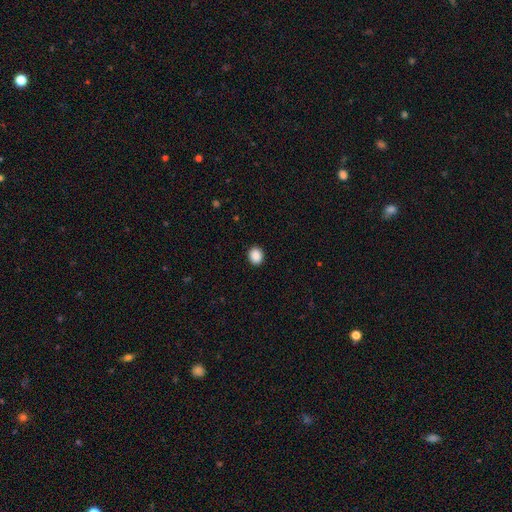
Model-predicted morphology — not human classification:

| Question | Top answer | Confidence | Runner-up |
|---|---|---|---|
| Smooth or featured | smooth | 89% | star or artifact (8%) |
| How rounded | round | 62% | in between (37%) |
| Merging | none | 92% | minor disturbance (5%) |